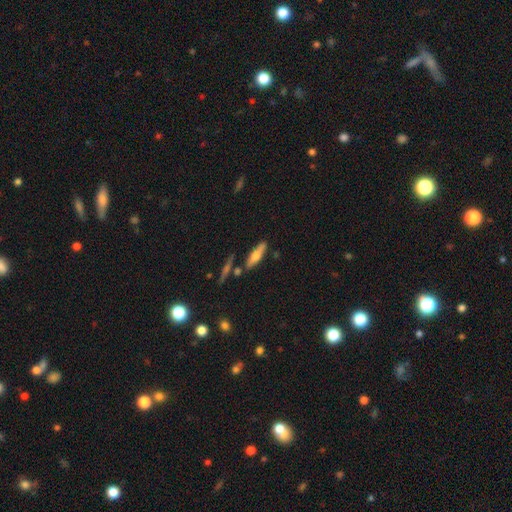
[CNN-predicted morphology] A smooth galaxy with no disk features (49%). Merging: none (76%).